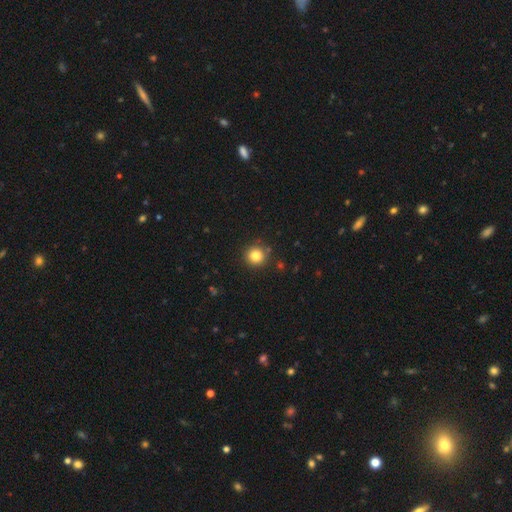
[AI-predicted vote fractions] The model was most divided on "smooth or featured": smooth: 82%, star or artifact: 12%, featured or disk: 6%. More confident: how rounded — round (94%); merging — none (88%).